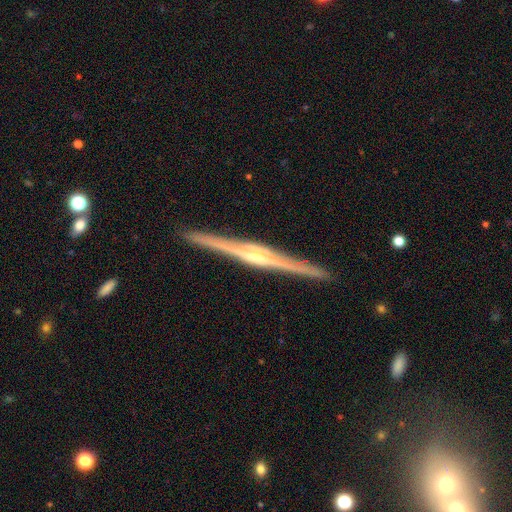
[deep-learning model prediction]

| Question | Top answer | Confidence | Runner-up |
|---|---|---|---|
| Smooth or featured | featured or disk | 88% | smooth (8%) |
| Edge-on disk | yes | 99% | no (1%) |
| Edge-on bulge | rounded | 75% | boxy (16%) |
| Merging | none | 92% | minor disturbance (6%) |